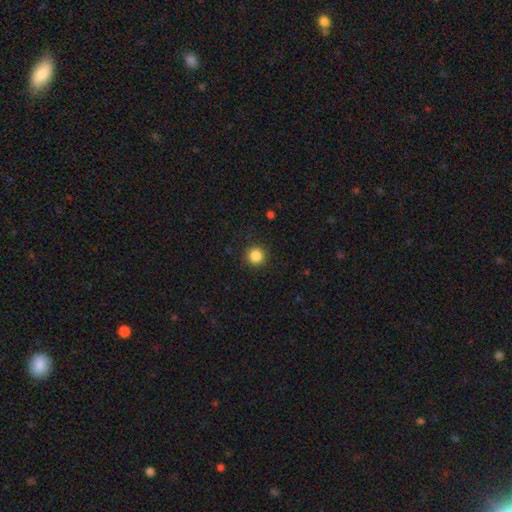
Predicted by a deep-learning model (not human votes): This is clearly a smooth galaxy (86%). How rounded: clearly round (95%). Merging: clearly none (91%).